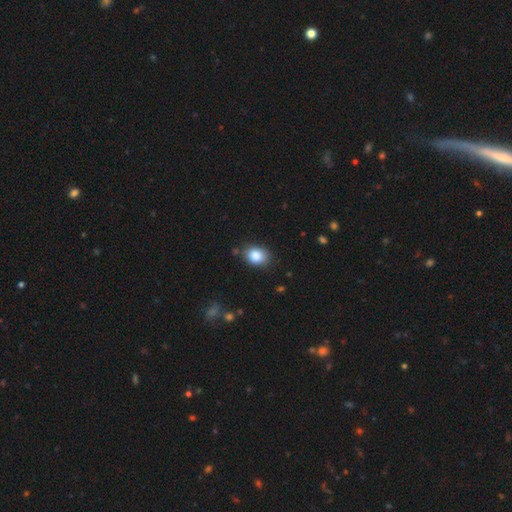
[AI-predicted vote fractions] A smooth galaxy with no disk features (86%) that is in between round and cigar-shaped (58%).

Vote fractions:
- Smooth or featured? smooth: 86% / star or artifact: 9% / featured or disk: 5%
- How rounded? in between: 58% / round: 41% / cigar-shaped: 1%
- Merging? none: 78% / minor disturbance: 16% / major disturbance: 3% / merger: 2%